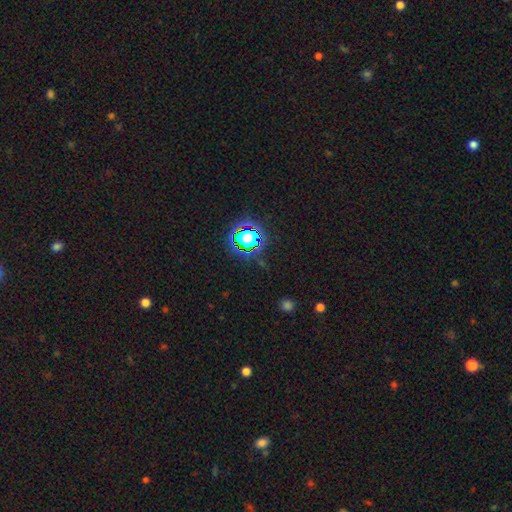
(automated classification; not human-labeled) Morphology: type=star or artifact (80%).